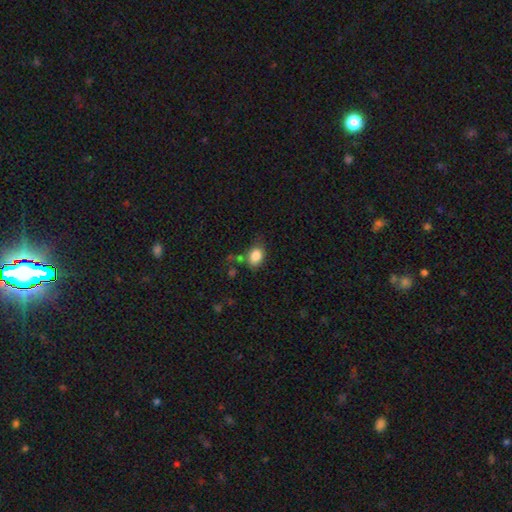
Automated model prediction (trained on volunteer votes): The model was most divided on "merging": none: 62%, minor disturbance: 23%, major disturbance: 8%, merger: 7%. More confident: smooth or featured — smooth (85%); how rounded — in between (71%).